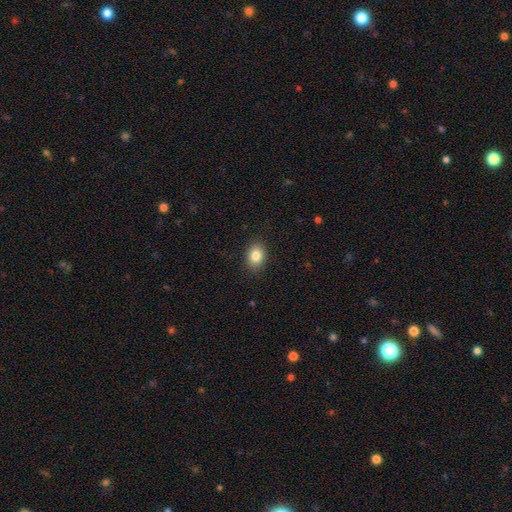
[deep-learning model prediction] The model was most divided on "how rounded": in between: 66%, round: 33%, cigar-shaped: 1%. More confident: merging — none (88%); smooth or featured — smooth (84%).